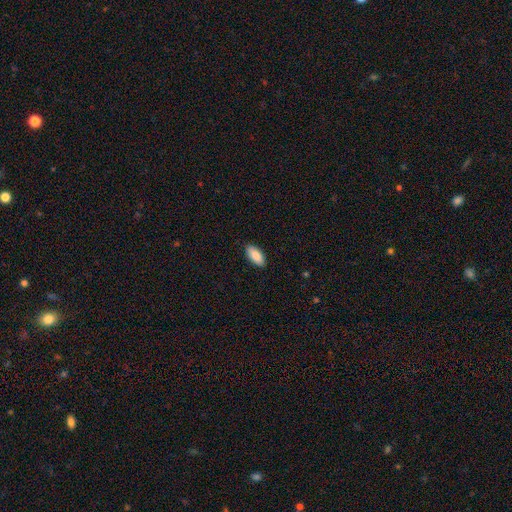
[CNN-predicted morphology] smooth-or-featured: smooth: 89% | star or artifact: 6% | featured or disk: 5%
  how-rounded: in between: 88% | cigar-shaped: 10% | round: 2%
  merging: none: 89% | minor disturbance: 8% | major disturbance: 2% | merger: 1%